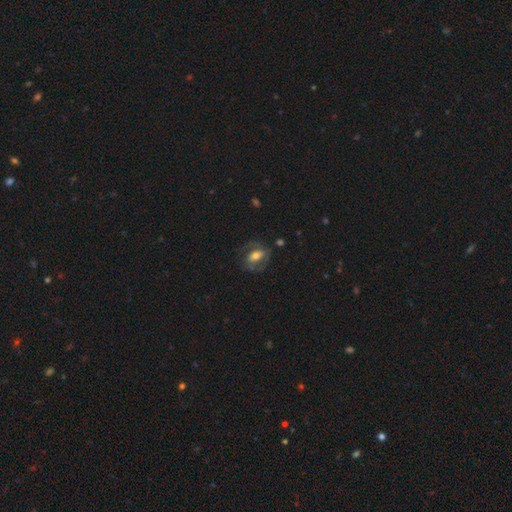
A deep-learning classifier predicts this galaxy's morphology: smooth-or-featured: featured or disk: 61% | smooth: 32% | star or artifact: 7%
  disk-edge-on: no: 95% | yes: 5%
    bar: no: 34% (tied) | weak: 34% (tied) | strong: 31%
    has-spiral-arms: yes: 73% | no: 27%
    bulge-size: moderate: 55% | large: 22% | small: 18% | dominant: 2% | none: 2%
  merging: none: 66% | minor disturbance: 17% | major disturbance: 15% | merger: 2%